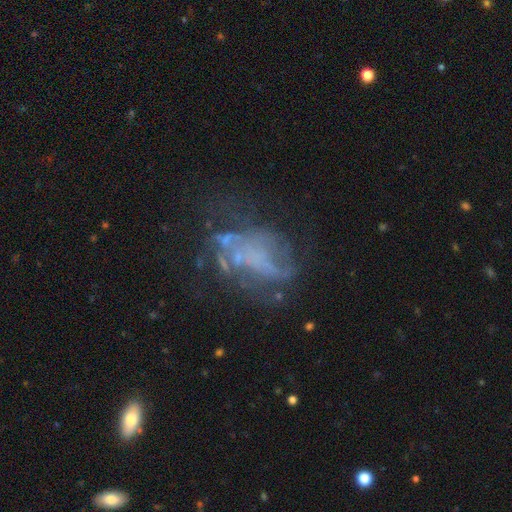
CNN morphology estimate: This is likely a featured or disk galaxy (61%). It is clearly not viewed edge-on (96%). Bar: clearly no (81%). Spiral arm pattern: likely no (71%). Central bulge: likely none (76%). Merging: marginally none (42%).